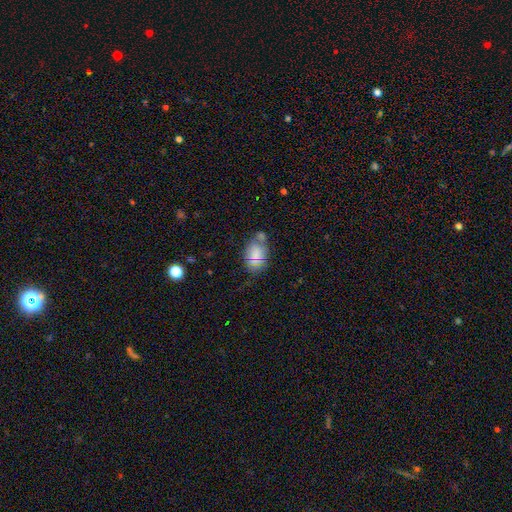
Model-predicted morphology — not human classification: This appears to be a smooth galaxy with no disk features (68%) that is in between round and cigar-shaped (83%). Merging: none (49%).